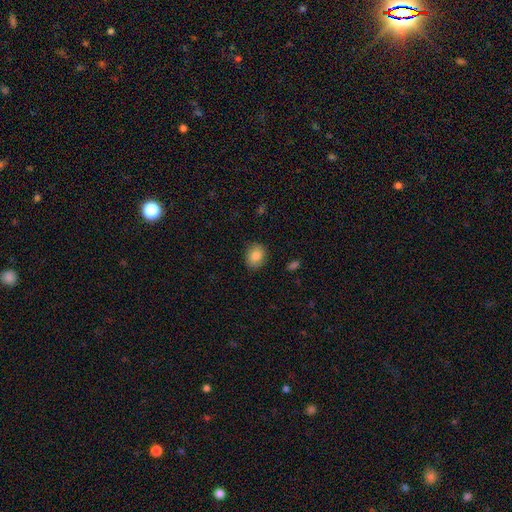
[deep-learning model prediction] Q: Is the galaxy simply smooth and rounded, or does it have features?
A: smooth — 84%.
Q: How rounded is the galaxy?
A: round — 57%.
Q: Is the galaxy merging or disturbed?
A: none — 87%.